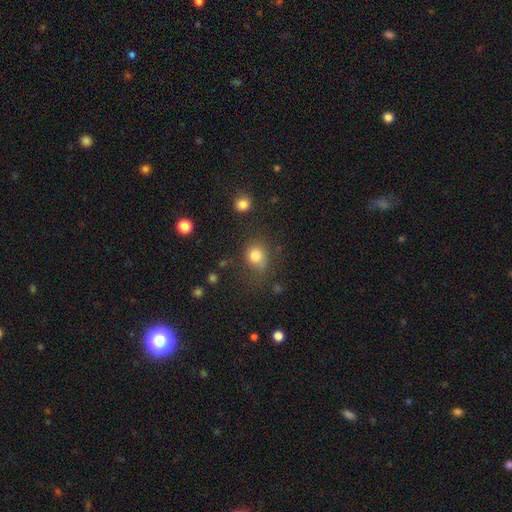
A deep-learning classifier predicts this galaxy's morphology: Smooth or featured?
  - smooth: 80% *
  - star or artifact: 13%
  - featured or disk: 7%
How rounded?
  - round: 75% *
  - in between: 24%
  - cigar-shaped: 1%
Merging?
  - none: 67% *
  - minor disturbance: 19%
  - major disturbance: 9%
  - merger: 4%